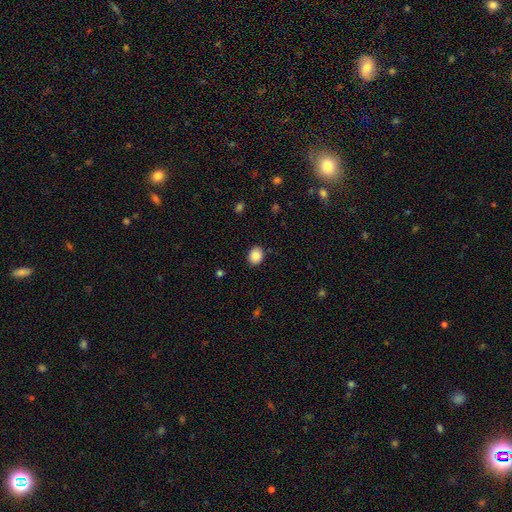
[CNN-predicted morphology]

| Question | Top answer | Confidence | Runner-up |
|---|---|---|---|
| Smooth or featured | smooth | 87% | star or artifact (9%) |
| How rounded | round | 56% | in between (43%) |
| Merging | none | 86% | minor disturbance (10%) |